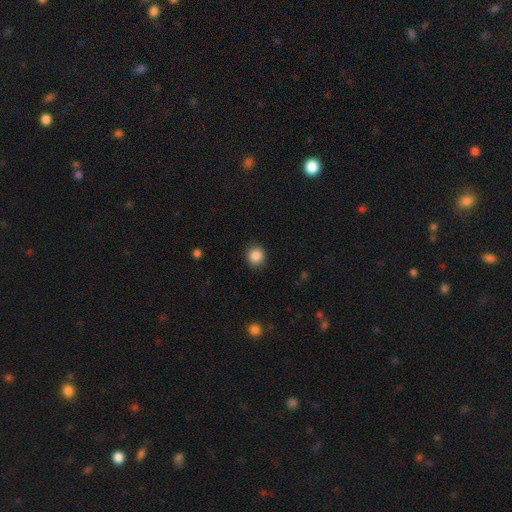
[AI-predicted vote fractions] smooth_or_featured: smooth (p=0.87) [alt: star or artifact p=0.10]
how_rounded: round (p=0.87) [alt: in between p=0.12]
merging: none (p=0.88) [alt: minor disturbance p=0.09]